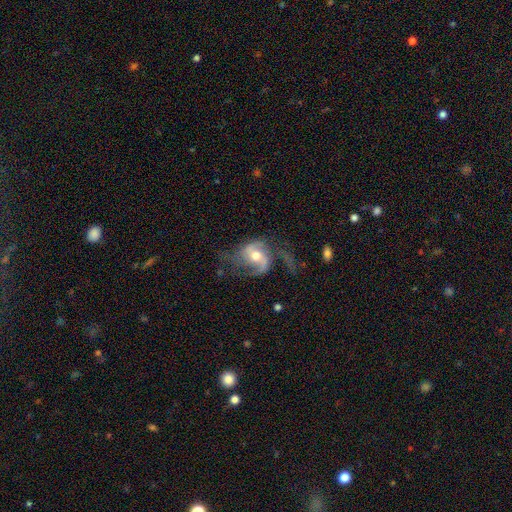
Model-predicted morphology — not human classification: smooth-or-featured: featured or disk: 82% | smooth: 12% | star or artifact: 6%
  disk-edge-on: no: 97% | yes: 3%
    bar: no: 46% | weak: 39% | strong: 15%
    has-spiral-arms: yes: 93% | no: 7%
      spiral-winding: loose: 48% | medium: 40% | tight: 12%
      spiral-arm-count: 2: 73% | 1: 9% | can't tell: 7% | 3: 7% | 4: 2% | more than 4: 2%
    bulge-size: moderate: 71% | small: 19% | large: 8% | none: 1% | dominant: 1%
  merging: none: 46% | major disturbance: 29% | minor disturbance: 22% | merger: 3%